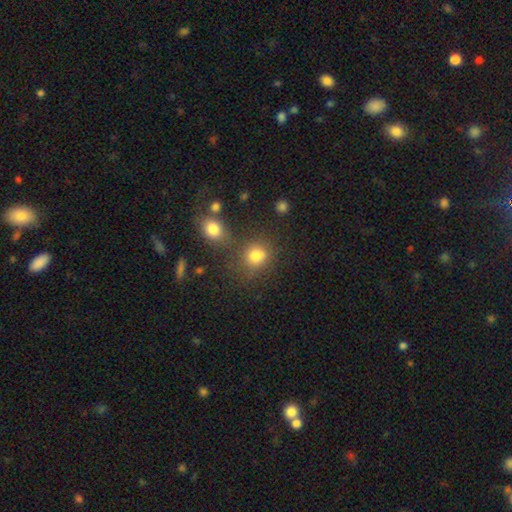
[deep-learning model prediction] This appears to be a smooth galaxy with no disk features (78%) that is round (72%). Merging: none (59%).